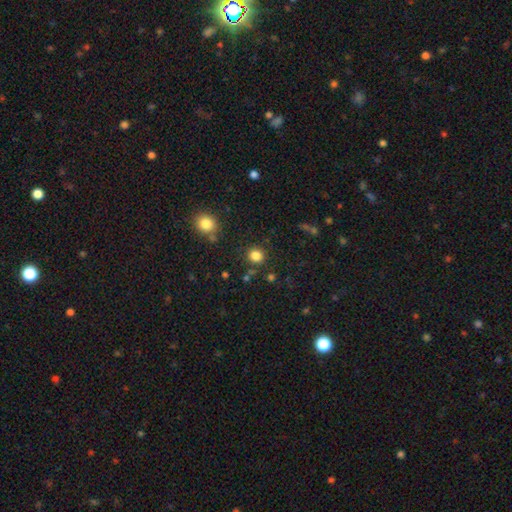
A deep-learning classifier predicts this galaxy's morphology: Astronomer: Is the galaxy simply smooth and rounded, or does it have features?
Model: smooth — 83%.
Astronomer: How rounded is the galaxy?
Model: round — 86%.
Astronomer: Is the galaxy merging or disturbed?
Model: none — 86%.